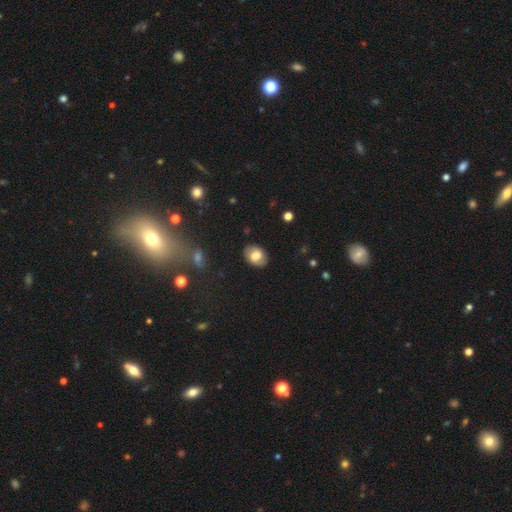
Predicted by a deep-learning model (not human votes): This appears to be a smooth galaxy with no disk features (71%) that is in between round and cigar-shaped (72%). Merging: none (86%).